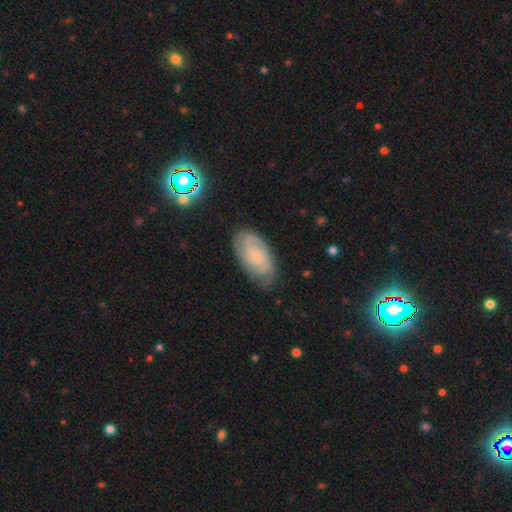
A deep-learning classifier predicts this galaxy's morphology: This is likely a featured or disk galaxy (68%). It is clearly not viewed edge-on (95%). Bar: likely no (75%). Spiral arm pattern: clearly yes (91%). Spiral arm count: marginally can't tell (39%). Spiral winding: likely tight (61%). Central bulge: likely small (79%). Merging: likely none (73%).